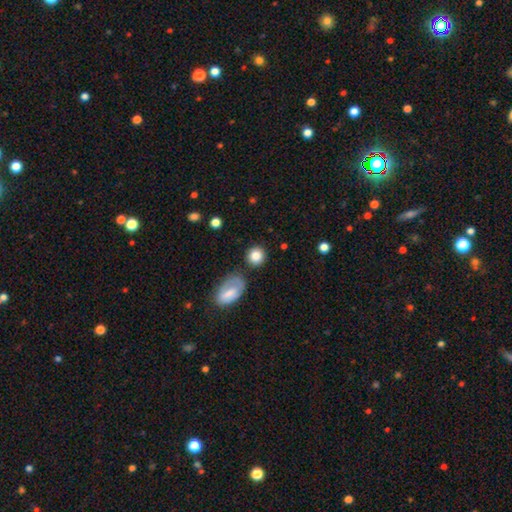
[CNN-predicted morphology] Q: Smooth or featured?
A: smooth (83%); runner-up: featured or disk (8%)
Q: How rounded?
A: round (84%); runner-up: in between (15%)
Q: Merging?
A: none (77%); runner-up: minor disturbance (12%)